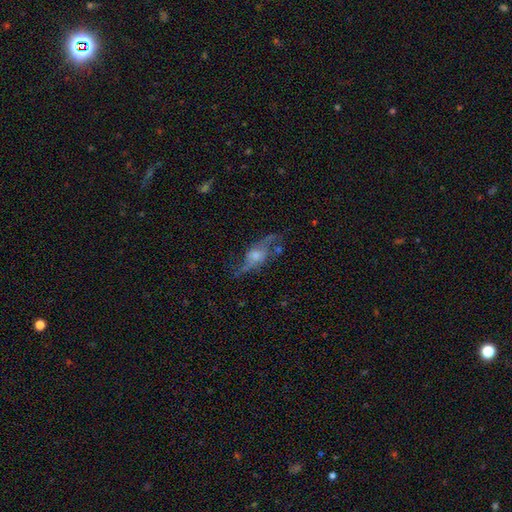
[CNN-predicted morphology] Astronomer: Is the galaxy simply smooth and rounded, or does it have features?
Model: featured or disk — 74%.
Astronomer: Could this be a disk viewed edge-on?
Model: no — 71%.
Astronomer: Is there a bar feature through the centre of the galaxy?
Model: no — 65%.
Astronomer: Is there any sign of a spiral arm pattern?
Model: yes — 79%.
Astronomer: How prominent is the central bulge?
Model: moderate — 47% (runner-up: small, 31%).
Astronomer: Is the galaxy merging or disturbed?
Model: none — 59%.